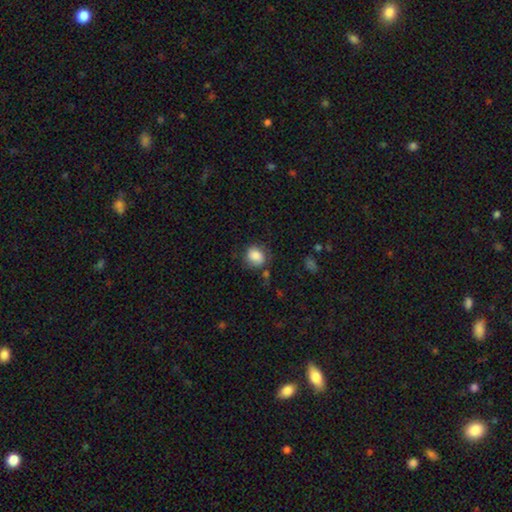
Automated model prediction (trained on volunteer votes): A smooth galaxy with no disk features (84%) that is round (67%).

Vote fractions:
- Smooth or featured? smooth: 84% / star or artifact: 9% / featured or disk: 7%
- How rounded? round: 67% / in between: 32% / cigar-shaped: 1%
- Merging? none: 67% / minor disturbance: 22% / major disturbance: 7% / merger: 4%